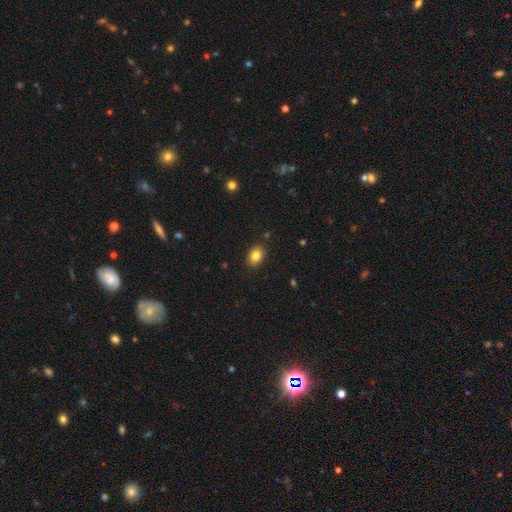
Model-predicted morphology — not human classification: A smooth galaxy with no disk features (84%) that is in between round and cigar-shaped (64%). Merging: none (88%).